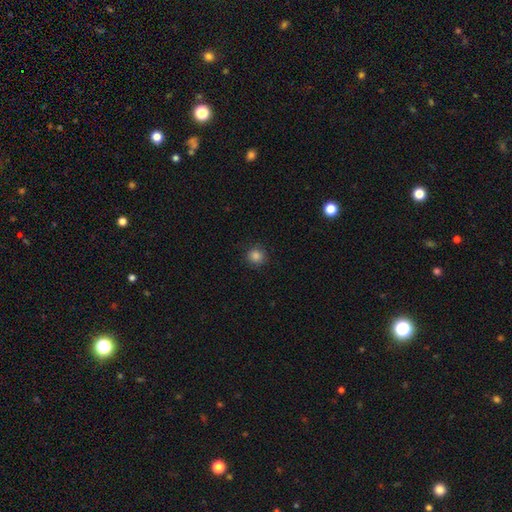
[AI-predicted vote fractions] A smooth galaxy with no disk features (85%) that is round (92%). Merging: none (88%).